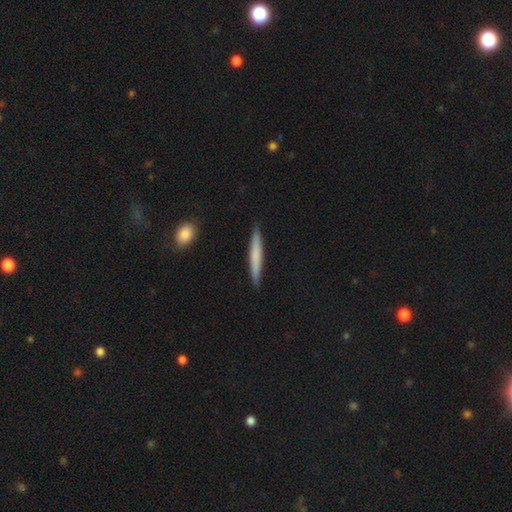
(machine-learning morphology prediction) Smooth or featured? smooth (66%)
How rounded? cigar-shaped (95%)
Merging? none (90%)